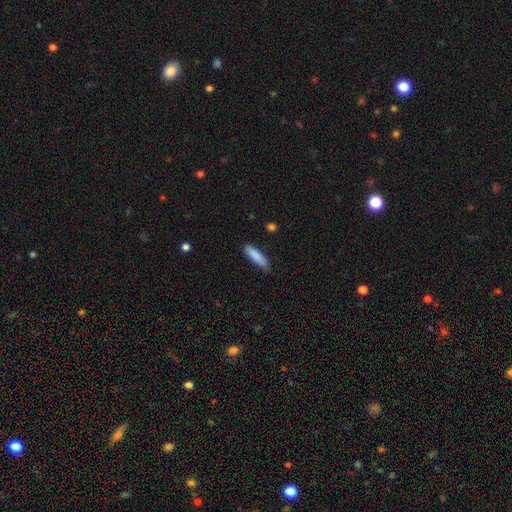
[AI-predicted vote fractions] Smooth or featured: smooth — 85% (featured or disk — 8%)
How rounded: cigar-shaped — 74% (in between — 25%)
Merging: none — 82% (minor disturbance — 15%)